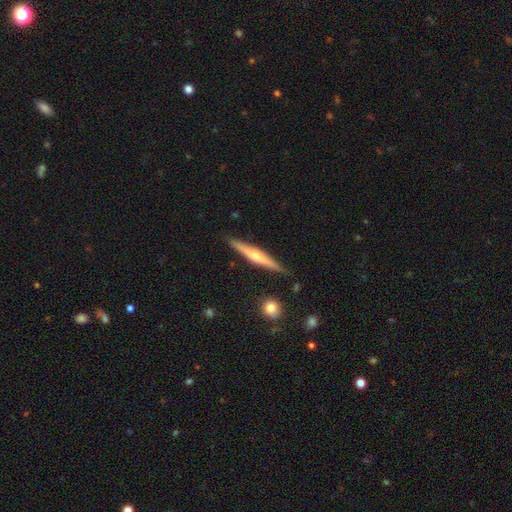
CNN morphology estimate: Smooth or featured? Predicted: featured or disk (p=0.71). Edge-on disk? Predicted: yes (p=0.97). Edge-on bulge? Predicted: rounded (p=0.85). Merging? Predicted: none (p=0.88).